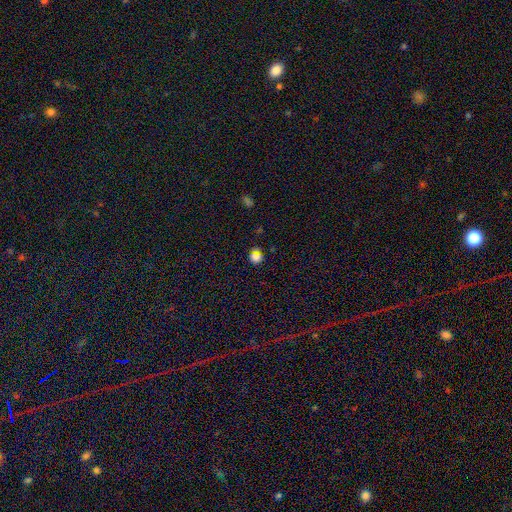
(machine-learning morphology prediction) smooth_or_featured: smooth (p=0.66) [alt: star or artifact p=0.28]
how_rounded: round (p=0.84) [alt: in between p=0.14]
merging: none (p=0.76) [alt: minor disturbance p=0.11]